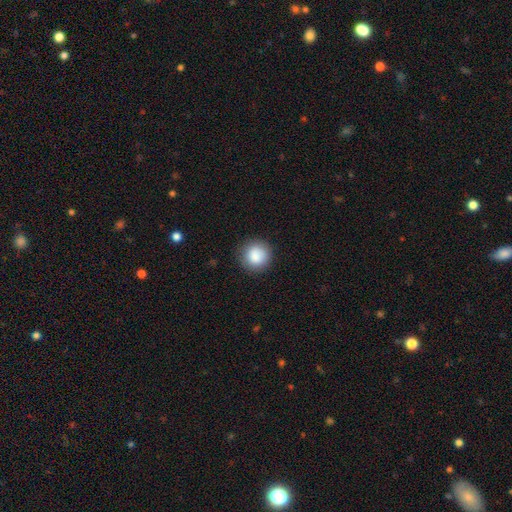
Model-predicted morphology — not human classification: smooth 88%, star or artifact 8%, featured or disk 4%. Down the decision tree: how rounded — round (93%); merging — none (89%).